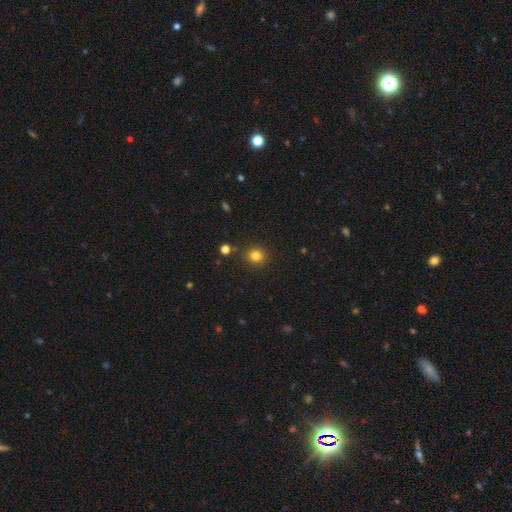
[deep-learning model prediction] smooth_or_featured: smooth (p=0.81) [alt: star or artifact p=0.14]
how_rounded: round (p=0.91) [alt: in between p=0.08]
merging: none (p=0.89) [alt: minor disturbance p=0.06]